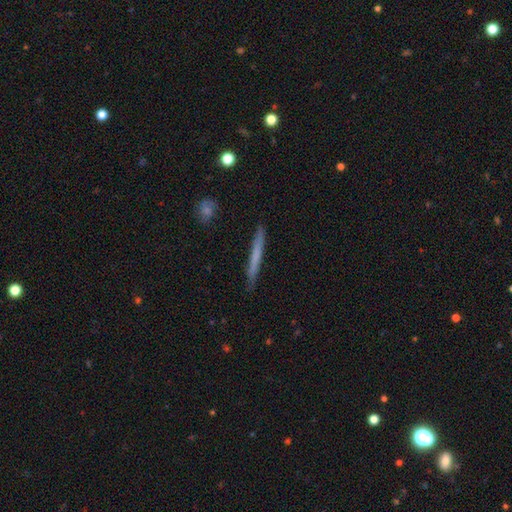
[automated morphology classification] type=smooth (60%); roundness=cigar-shaped (97%); merging=none (88%).